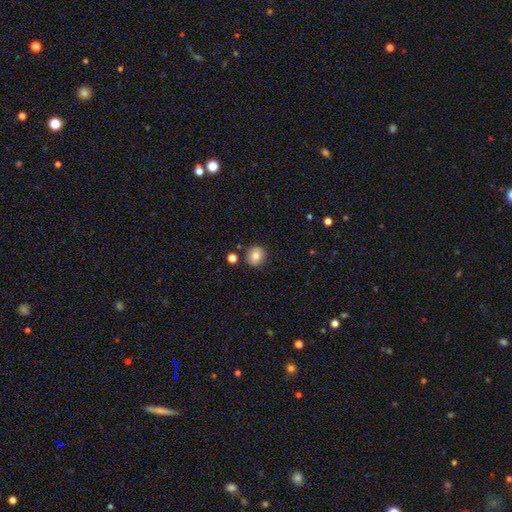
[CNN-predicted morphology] The model was most divided on "smooth or featured": smooth: 80%, featured or disk: 10%, star or artifact: 10%. More confident: how rounded — round (93%); merging — none (86%).